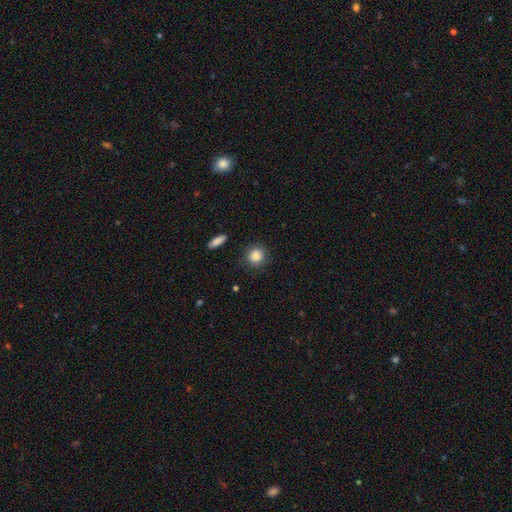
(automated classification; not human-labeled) A smooth galaxy with no disk features (86%) that is round (88%). Merging: none (86%).